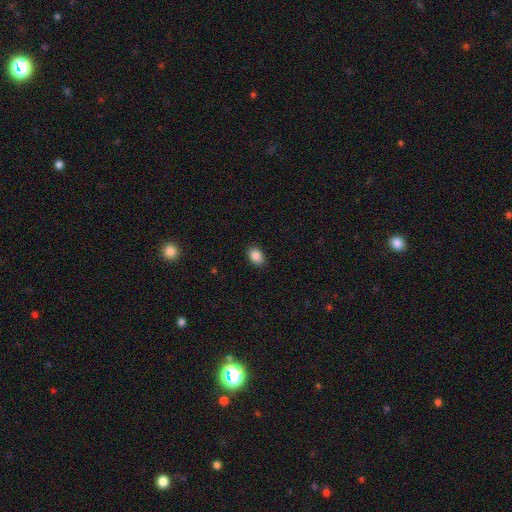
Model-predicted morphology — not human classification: This is clearly a smooth galaxy (87%). How rounded: clearly in between (84%). Merging: clearly none (88%).